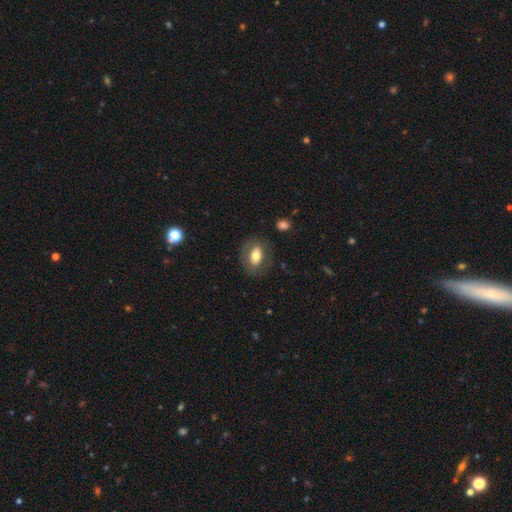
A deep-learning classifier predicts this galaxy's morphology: The model was most divided on "smooth or featured": smooth: 63%, featured or disk: 30%, star or artifact: 7%. More confident: how rounded — in between (80%); merging — none (78%).